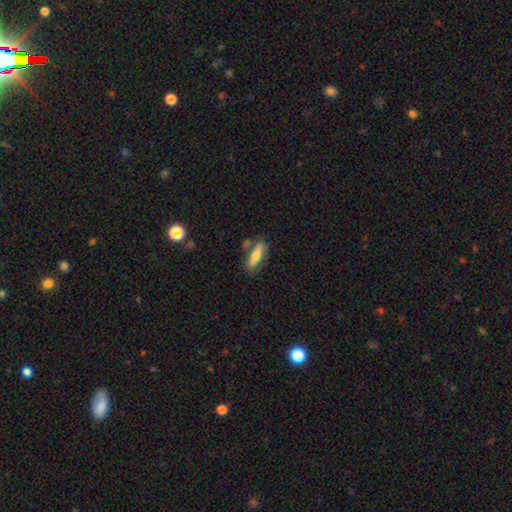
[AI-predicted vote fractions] smooth 63%, featured or disk 31%, star or artifact 7%. Down the decision tree: how rounded — cigar-shaped (61%); merging — none (70%).